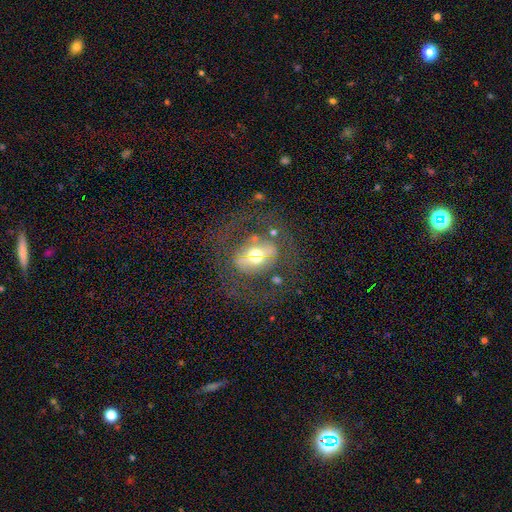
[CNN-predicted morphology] Overall: featured or disk (59%; smooth 28%). Edge-on disk: no (88%). Bar: no (43%; strong 31%). Spiral arms: no (65%; yes 35%). Bulge size: moderate (57%; small 24%). Merging: none (57%; major disturbance 22%).